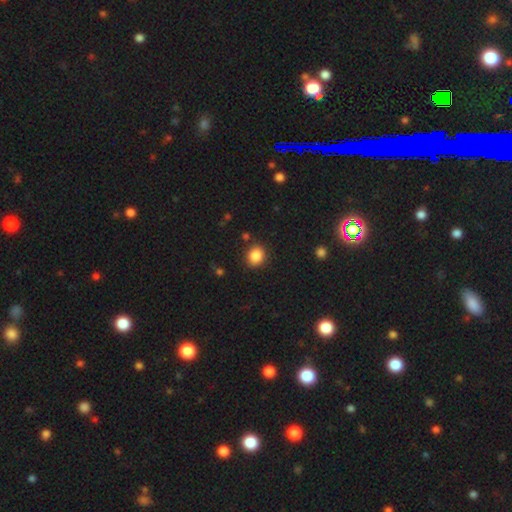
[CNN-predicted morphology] The model was most divided on "how rounded": round: 72%, in between: 27%, cigar-shaped: 1%. More confident: merging — none (86%); smooth or featured — smooth (86%).